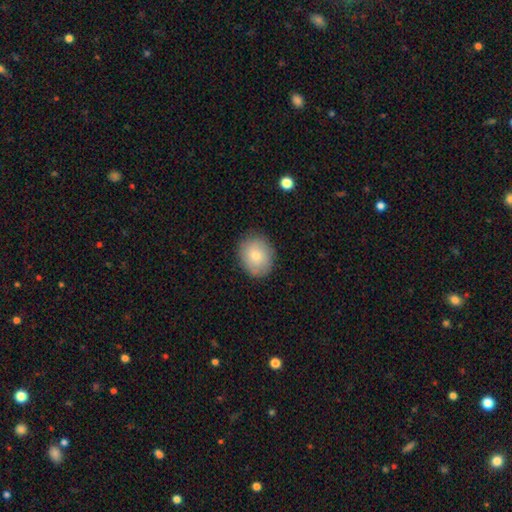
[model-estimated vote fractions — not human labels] smooth_or_featured: smooth (p=0.78) [alt: featured or disk p=0.14]
how_rounded: round (p=0.59) [alt: in between p=0.41]
merging: none (p=0.85) [alt: minor disturbance p=0.11]